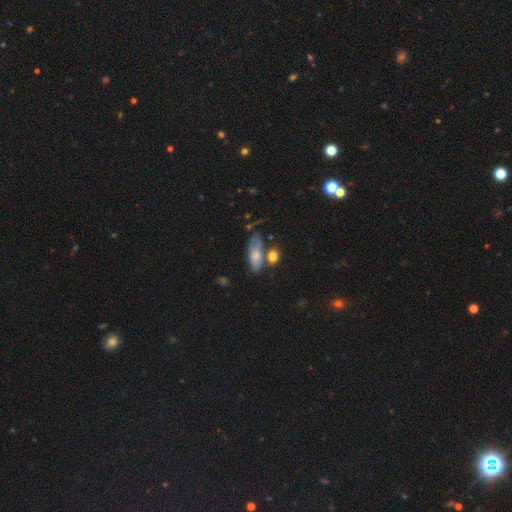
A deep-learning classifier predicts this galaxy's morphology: smooth_or_featured: smooth (p=0.69) [alt: featured or disk p=0.23]
how_rounded: in between (p=0.78) [alt: cigar-shaped p=0.17]
merging: none (p=0.42) [alt: minor disturbance p=0.23]